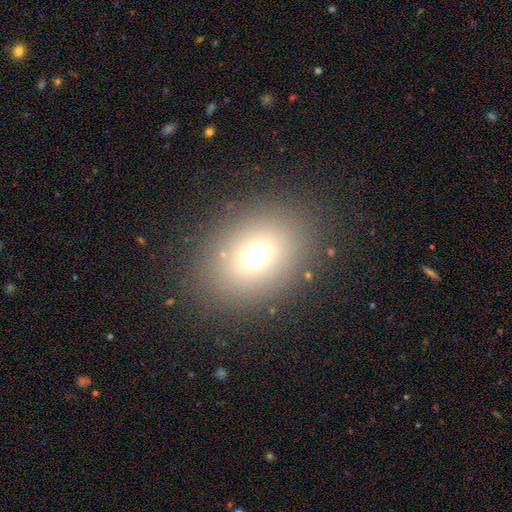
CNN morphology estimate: Smooth or featured? Predicted: smooth (p=0.69). How rounded? Predicted: in between (p=0.57). Merging? Predicted: none (p=0.84).